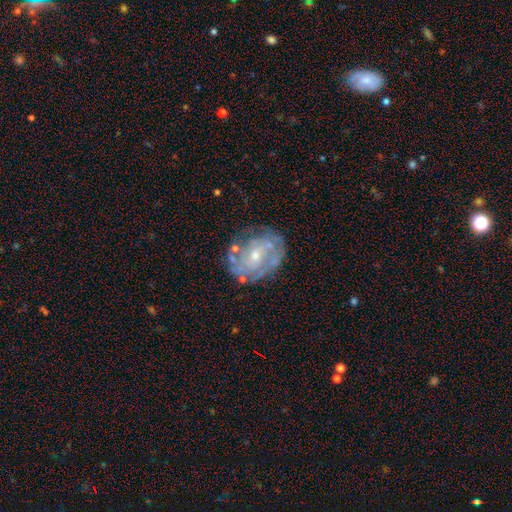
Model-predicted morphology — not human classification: Smooth or featured: featured or disk — 76% (smooth — 17%)
Edge-on disk: no — 97% (yes — 3%)
Bar: no — 74% (weak — 22%)
Spiral arms: yes — 69% (no — 31%)
Spiral winding: tight — 61% (medium — 29%)
Spiral arm count: can't tell — 48% (2 — 28%)
Bulge size: small — 55% (moderate — 40%)
Merging: none — 64% (minor disturbance — 22%)